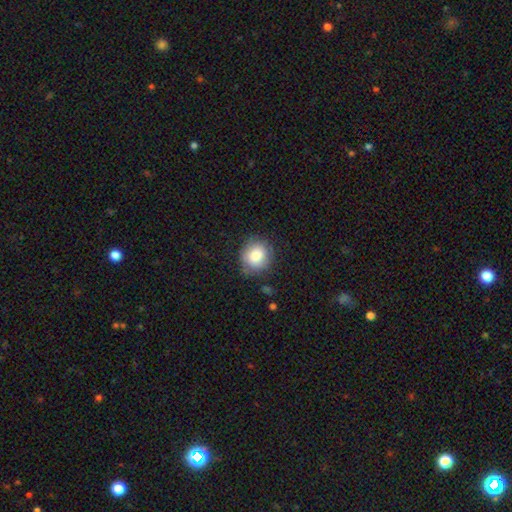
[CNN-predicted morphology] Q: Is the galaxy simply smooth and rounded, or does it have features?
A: smooth — 84%.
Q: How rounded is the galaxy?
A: round — 85%.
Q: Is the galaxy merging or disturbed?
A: none — 78%.